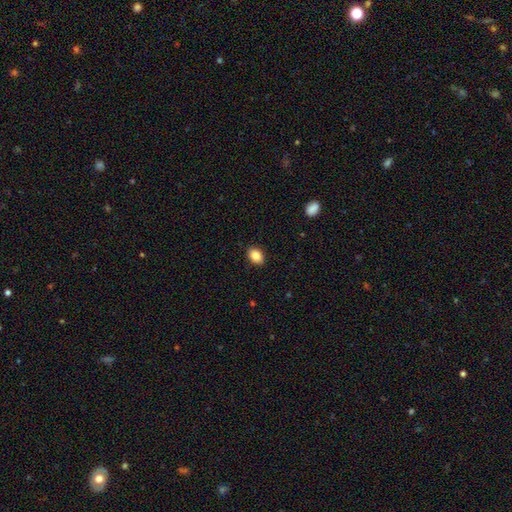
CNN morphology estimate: Q: Smooth or featured?
A: smooth (85%); runner-up: star or artifact (9%)
Q: How rounded?
A: in between (76%); runner-up: round (23%)
Q: Merging?
A: none (89%); runner-up: minor disturbance (8%)